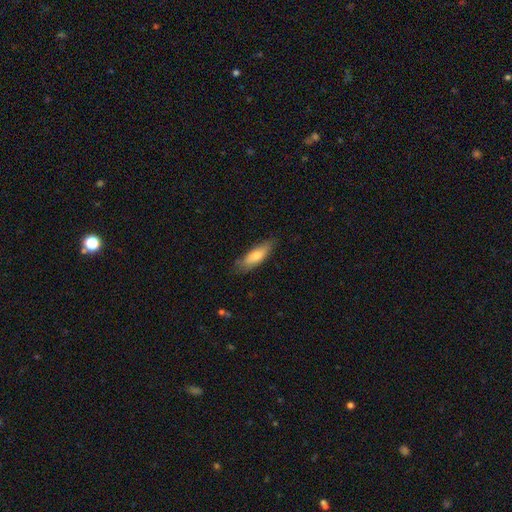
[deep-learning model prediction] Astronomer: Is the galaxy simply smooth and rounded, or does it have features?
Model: smooth — 73%.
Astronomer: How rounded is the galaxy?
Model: in between — 52% (runner-up: cigar-shaped, 46%).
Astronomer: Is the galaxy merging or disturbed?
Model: none — 75%.